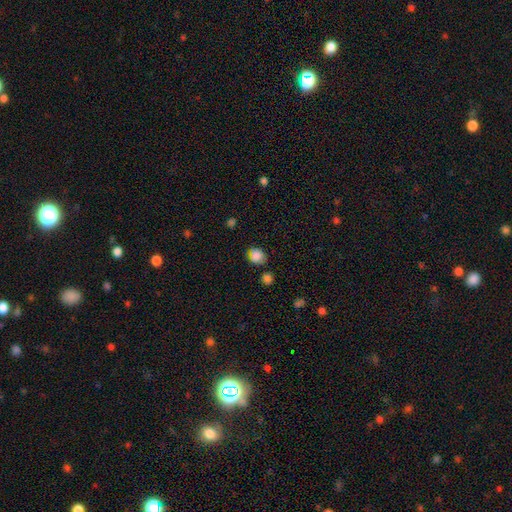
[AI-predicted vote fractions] Smooth or featured: smooth — 84% (star or artifact — 11%)
How rounded: round — 64% (in between — 35%)
Merging: none — 72% (minor disturbance — 18%)